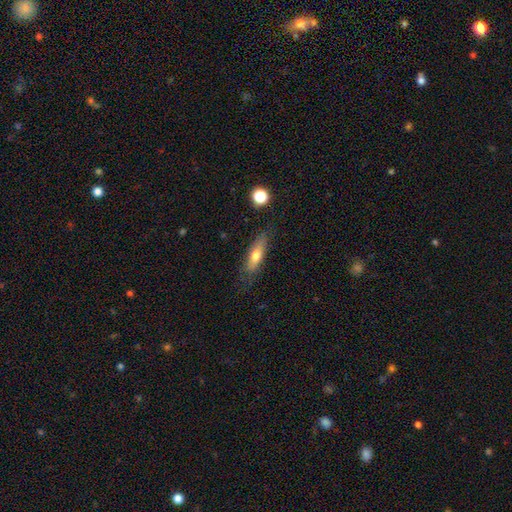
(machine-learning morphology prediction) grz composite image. It shows a smooth galaxy with no disk features (63%) that is cigar-shaped (56%). Merging: none (77%).